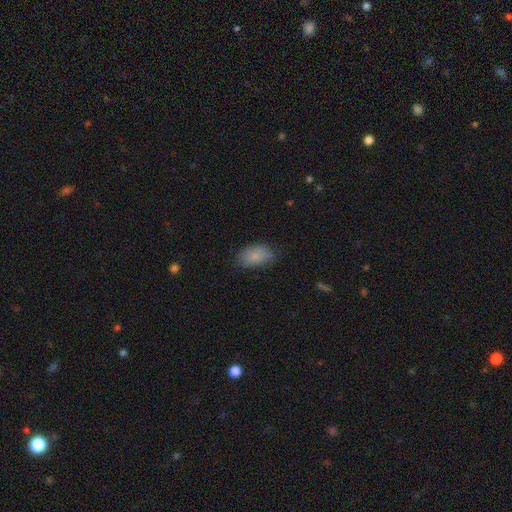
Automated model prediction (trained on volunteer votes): Smooth or featured? smooth (84%)
How rounded? in between (92%)
Merging? none (70%)